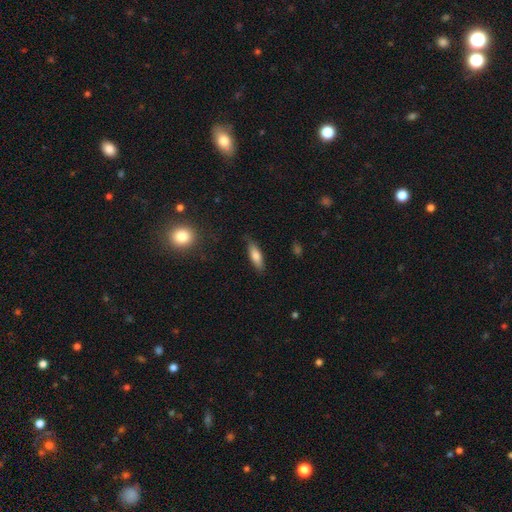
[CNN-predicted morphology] type=smooth (76%); roundness=in between (54%); merging=none (78%).